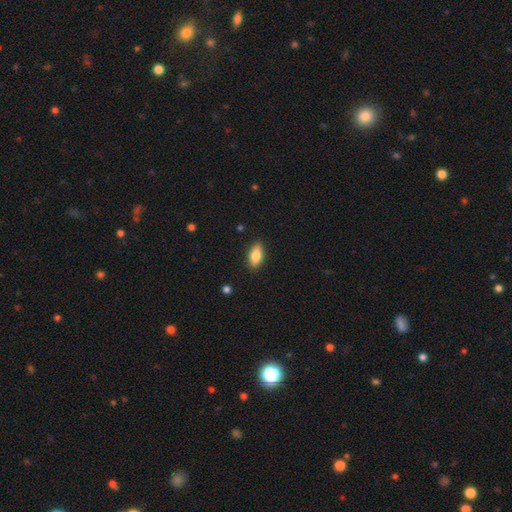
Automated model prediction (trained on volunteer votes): Smooth or featured: smooth — 80% (featured or disk — 13%)
How rounded: in between — 87% (cigar-shaped — 8%)
Merging: none — 86% (minor disturbance — 11%)